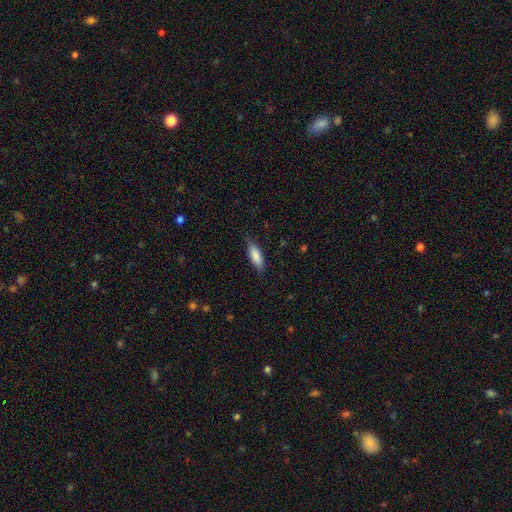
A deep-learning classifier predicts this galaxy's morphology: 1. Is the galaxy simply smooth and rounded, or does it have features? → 83% smooth, 11% featured or disk, 6% star or artifact.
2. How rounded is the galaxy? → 58% in between, 41% cigar-shaped, 2% round.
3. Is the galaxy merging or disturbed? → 77% none, 19% minor disturbance, 3% major disturbance, 1% merger.